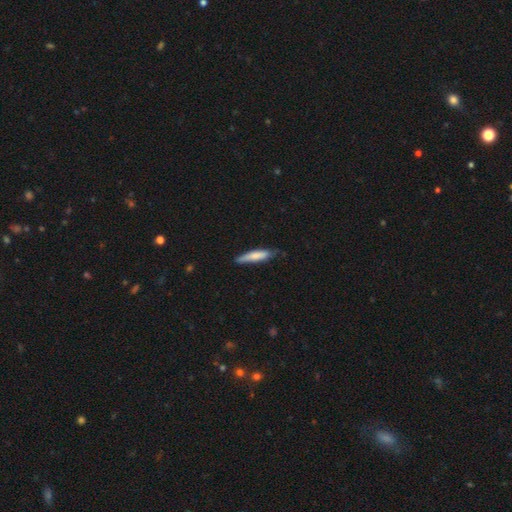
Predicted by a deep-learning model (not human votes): Q: Smooth or featured?
A: smooth (72%); runner-up: featured or disk (23%)
Q: How rounded?
A: cigar-shaped (82%); runner-up: in between (16%)
Q: Merging?
A: none (69%); runner-up: minor disturbance (26%)